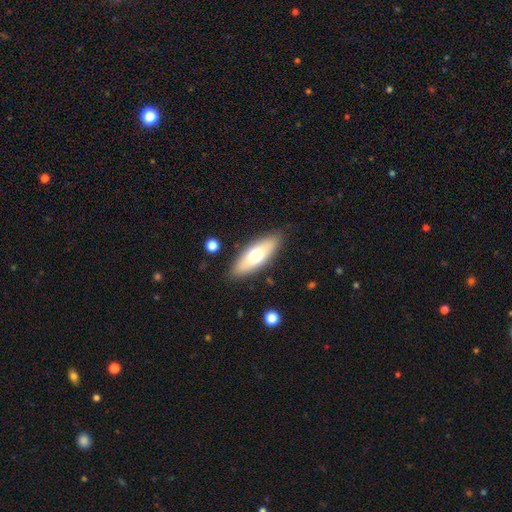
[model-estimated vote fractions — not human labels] The model was most divided on "how rounded": in between: 65%, cigar-shaped: 33%, round: 2%. More confident: merging — none (86%); smooth or featured — smooth (65%).